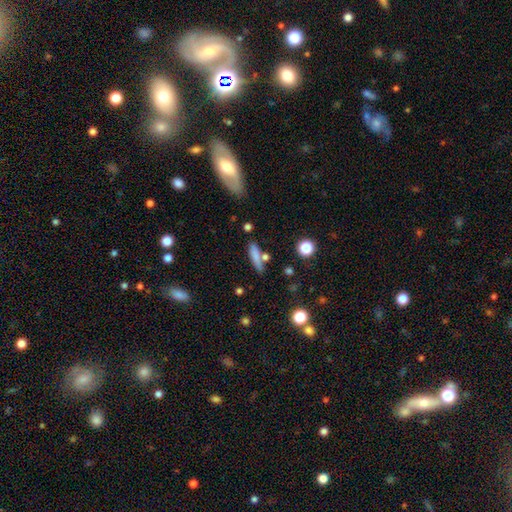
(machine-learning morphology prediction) The model was most divided on "how rounded": cigar-shaped: 72%, in between: 25%, round: 3%. More confident: smooth or featured — smooth (76%); merging — none (66%).